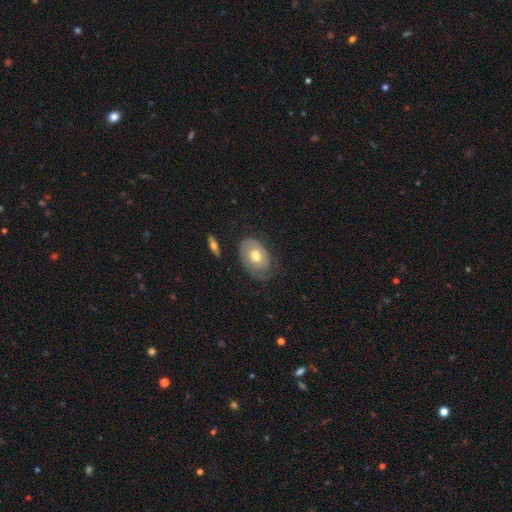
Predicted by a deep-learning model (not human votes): A smooth galaxy with no disk features (48%). Merging: none (58%).